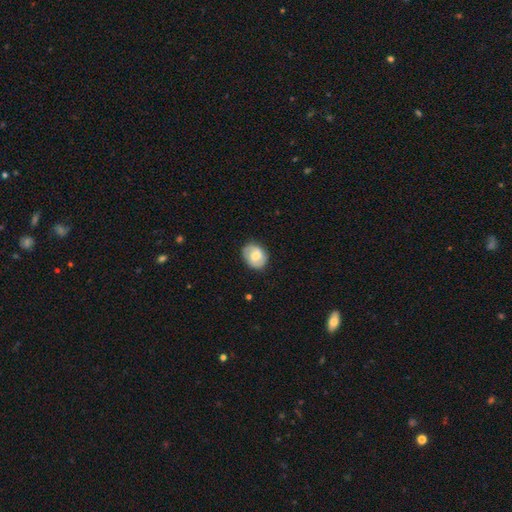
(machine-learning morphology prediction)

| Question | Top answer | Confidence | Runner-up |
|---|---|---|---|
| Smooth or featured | smooth | 53% | featured or disk (40%) |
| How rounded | round | 50% | in between (49%) |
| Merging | none | 82% | minor disturbance (14%) |